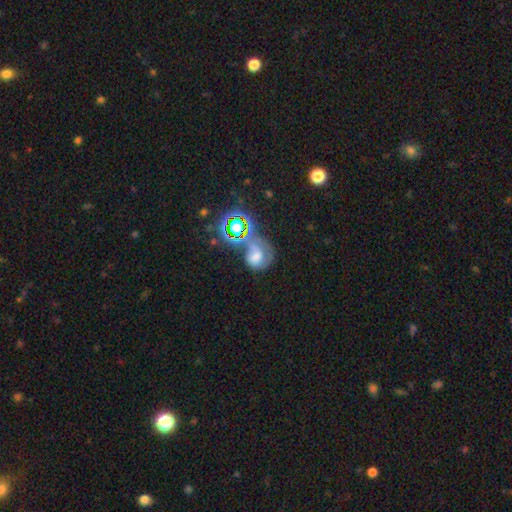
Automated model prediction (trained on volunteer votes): Morphology: type=featured or disk (36%); merging=none (31%).